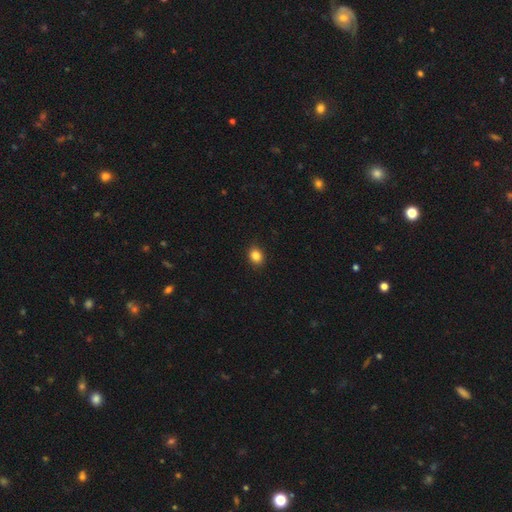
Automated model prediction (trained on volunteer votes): Smooth or featured? smooth (86%)
How rounded? round (55%)
Merging? none (90%)